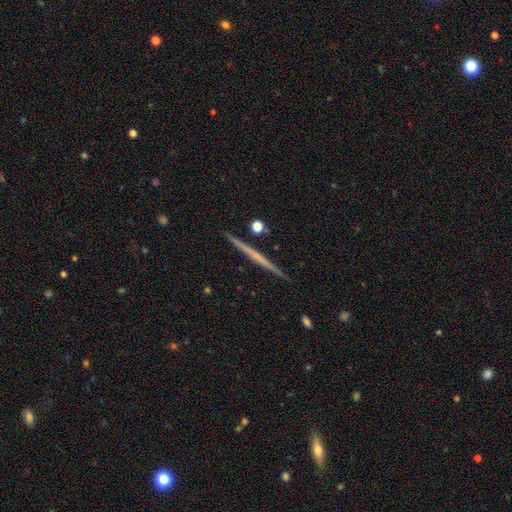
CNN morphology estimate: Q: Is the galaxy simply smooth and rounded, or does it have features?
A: featured or disk — 64%.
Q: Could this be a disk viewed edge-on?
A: yes — 98%.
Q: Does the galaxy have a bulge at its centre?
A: none — 83%.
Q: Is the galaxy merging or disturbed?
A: none — 92%.